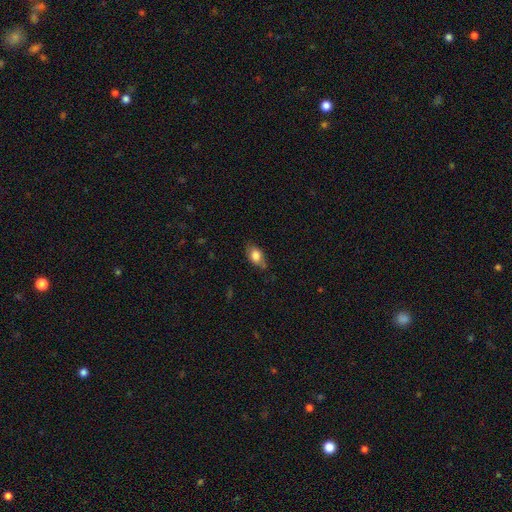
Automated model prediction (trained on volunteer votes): Q: Smooth or featured?
A: smooth (80%); runner-up: featured or disk (12%)
Q: How rounded?
A: in between (84%); runner-up: round (12%)
Q: Merging?
A: none (68%); runner-up: minor disturbance (25%)